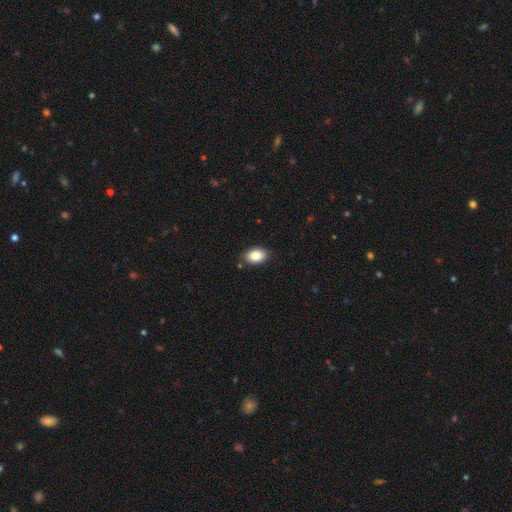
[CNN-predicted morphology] A smooth galaxy with no disk features (84%) that is in between round and cigar-shaped (87%).

Vote fractions:
- Smooth or featured? smooth: 84% / star or artifact: 8% / featured or disk: 8%
- How rounded? in between: 87% / round: 12% / cigar-shaped: 1%
- Merging? none: 86% / minor disturbance: 11% / major disturbance: 2% / merger: 2%